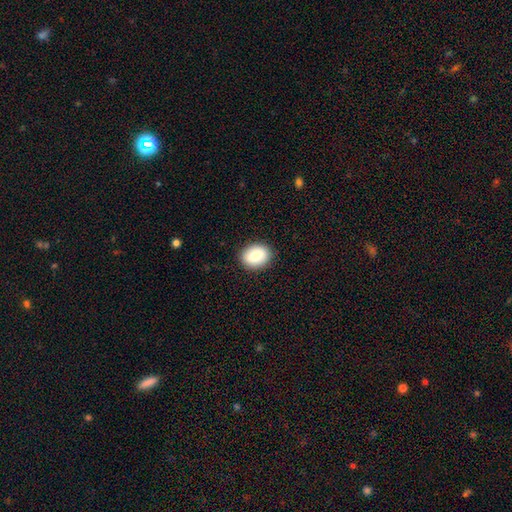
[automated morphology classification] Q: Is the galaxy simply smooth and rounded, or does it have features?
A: smooth — 81%.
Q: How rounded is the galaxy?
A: in between — 62%.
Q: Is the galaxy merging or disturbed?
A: none — 89%.